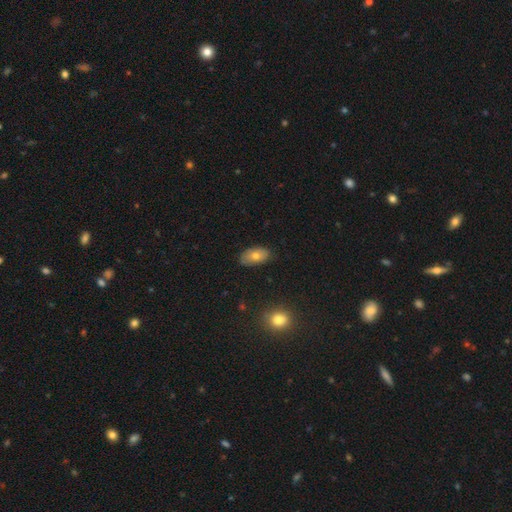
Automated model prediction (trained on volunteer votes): Smooth or featured? Predicted: smooth (p=0.71). How rounded? Predicted: in between (p=0.92). Merging? Predicted: none (p=0.80).